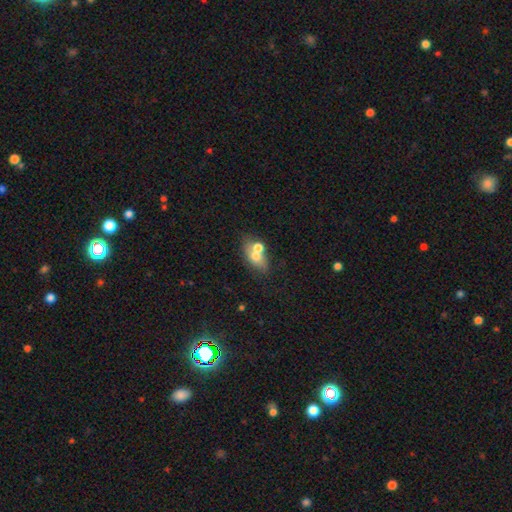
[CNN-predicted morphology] A smooth galaxy with no disk features (62%) that is in between round and cigar-shaped (77%). Merging: merger (44%).